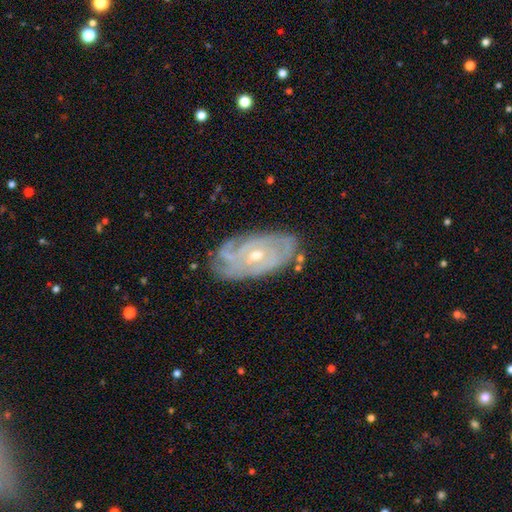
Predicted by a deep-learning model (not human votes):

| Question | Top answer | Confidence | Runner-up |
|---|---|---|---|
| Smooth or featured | featured or disk | 85% | smooth (9%) |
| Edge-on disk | no | 93% | yes (7%) |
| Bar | no | 62% | weak (31%) |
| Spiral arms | yes | 95% | no (5%) |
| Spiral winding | tight | 72% | medium (23%) |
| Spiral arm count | can't tell | 36% | 3 (20%) |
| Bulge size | moderate | 49% | tied: small (49%) |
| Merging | none | 75% | minor disturbance (19%) |